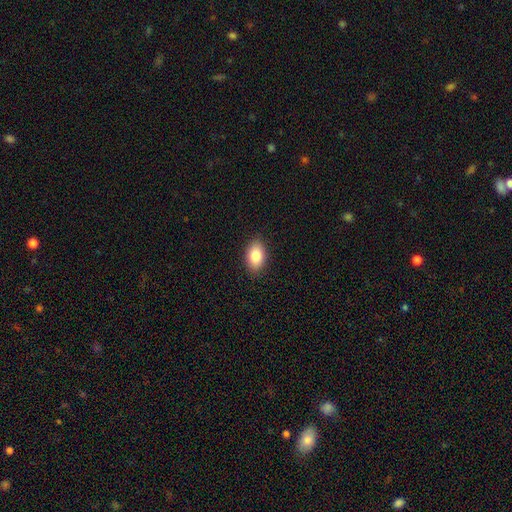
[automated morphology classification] This is clearly a smooth galaxy (85%). How rounded: clearly in between (91%). Merging: clearly none (89%).